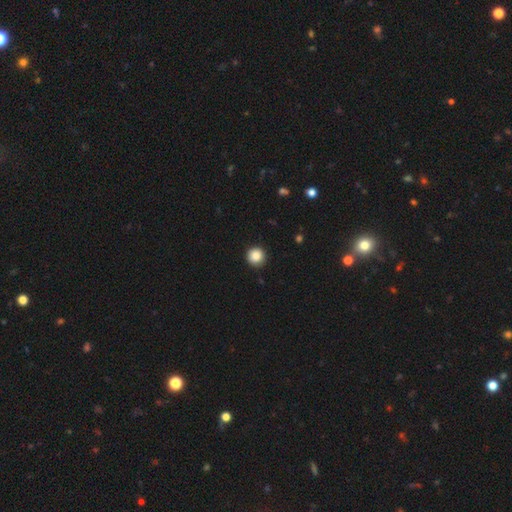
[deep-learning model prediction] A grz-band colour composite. It shows a smooth galaxy with no disk features (87%) that is round (95%). Merging: none (91%).